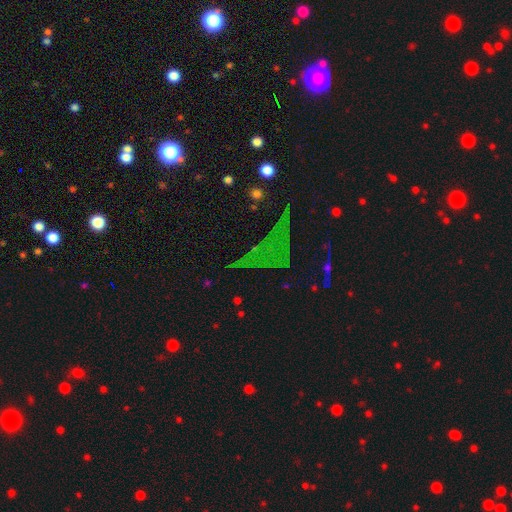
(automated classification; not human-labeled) This is likely a star or artifact rather than a galaxy (69%).